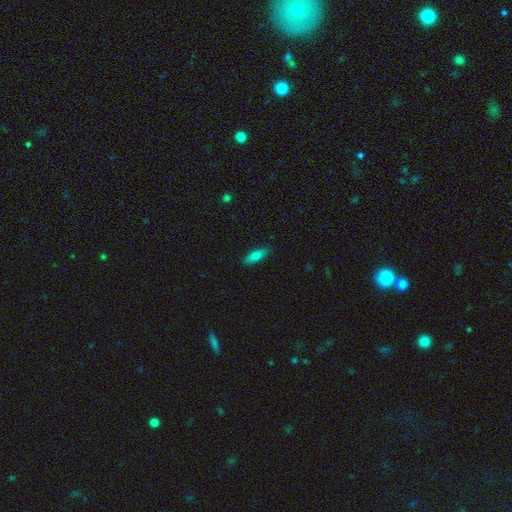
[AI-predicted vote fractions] smooth_or_featured: smooth (p=0.76) [alt: featured or disk p=0.17]
how_rounded: in between (p=0.58) [alt: cigar-shaped p=0.40]
merging: none (p=0.87) [alt: minor disturbance p=0.10]